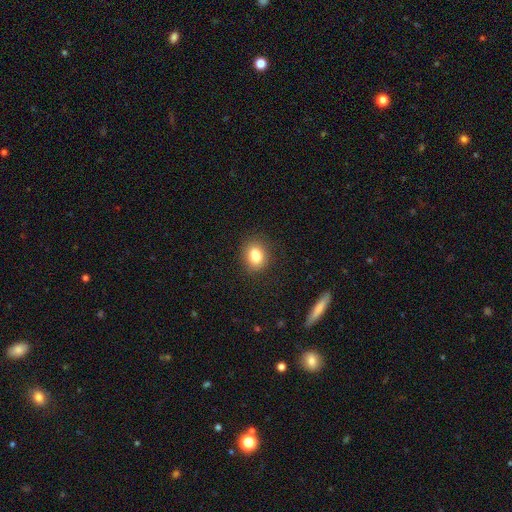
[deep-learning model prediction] This appears to be a smooth galaxy with no disk features (82%) that is in between round and cigar-shaped (54%). Merging: none (78%).